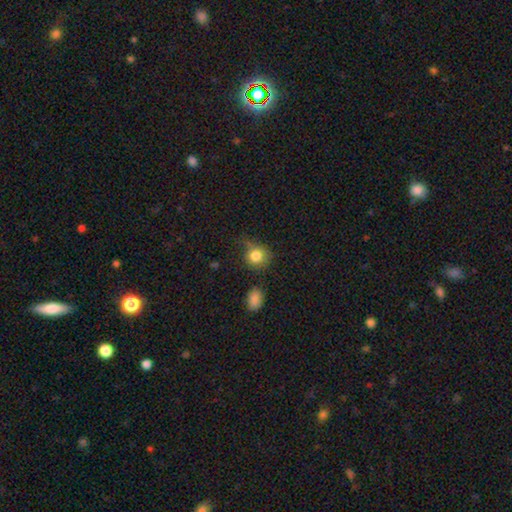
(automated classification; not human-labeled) The model was most divided on "merging": none: 60%, minor disturbance: 24%, major disturbance: 10%, merger: 7%. More confident: how rounded — round (84%); smooth or featured — smooth (82%).